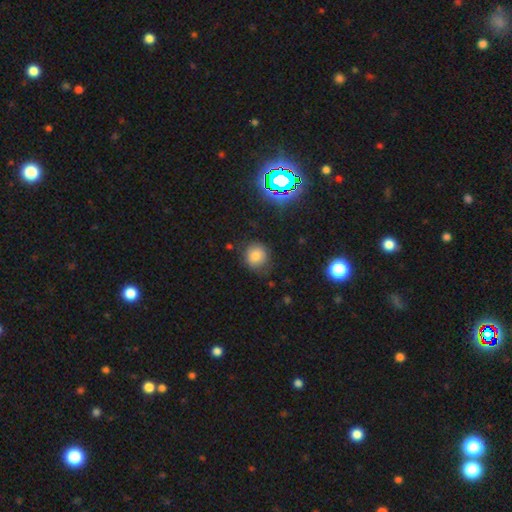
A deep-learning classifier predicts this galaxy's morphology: A smooth galaxy with no disk features (74%) that is round (87%). Merging: none (76%).